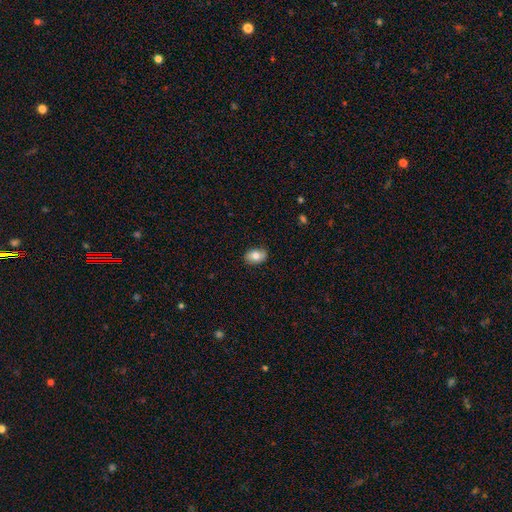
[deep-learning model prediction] smooth_or_featured: smooth (p=0.78) [alt: featured or disk p=0.15]
how_rounded: in between (p=0.86) [alt: round p=0.12]
merging: none (p=0.86) [alt: minor disturbance p=0.11]